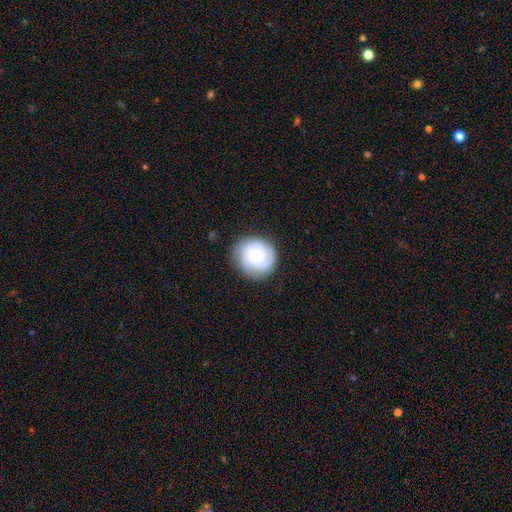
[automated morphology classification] Smooth or featured? Predicted: featured or disk (p=0.53). Edge-on disk? Predicted: no (p=0.97). Bar? Predicted: no (p=0.84). Spiral arms? Predicted: yes (p=0.78). Bulge size? Predicted: moderate (p=0.48). Merging? Predicted: none (p=0.79).